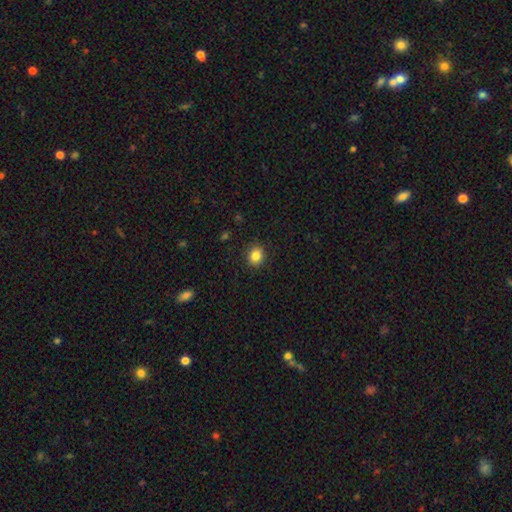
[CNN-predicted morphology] smooth-or-featured: smooth: 84% | star or artifact: 10% | featured or disk: 6%
  how-rounded: round: 70% | in between: 29% | cigar-shaped: 1%
  merging: none: 90% | minor disturbance: 7% | major disturbance: 2% | merger: 1%